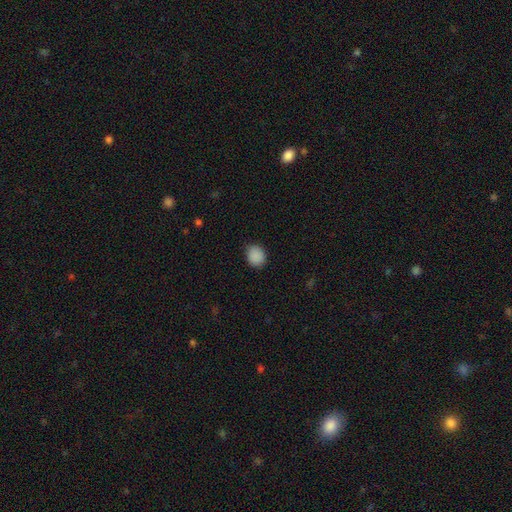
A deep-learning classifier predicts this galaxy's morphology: Smooth or featured? Predicted: smooth (p=0.89). How rounded? Predicted: round (p=0.68). Merging? Predicted: none (p=0.85).